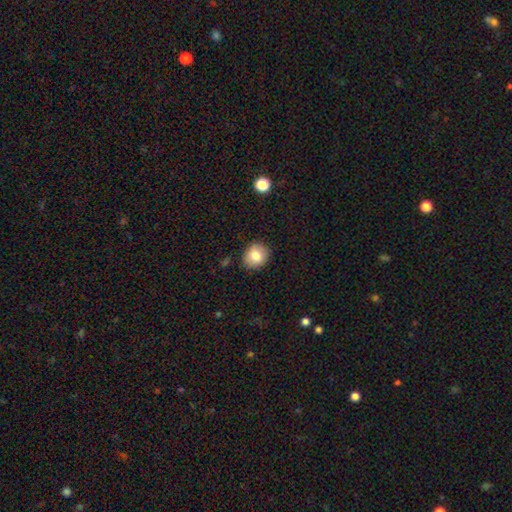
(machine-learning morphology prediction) This is likely a smooth galaxy (80%). How rounded: likely round (75%). Merging: clearly none (86%).